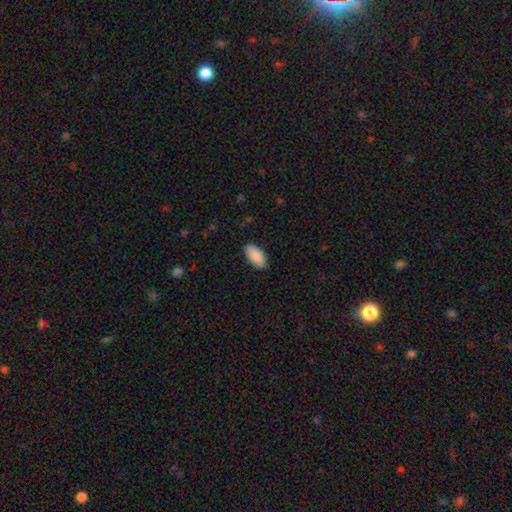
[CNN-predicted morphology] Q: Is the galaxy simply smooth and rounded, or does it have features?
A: smooth — 90%.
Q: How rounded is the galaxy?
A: in between — 93%.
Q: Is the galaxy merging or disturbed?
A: none — 88%.